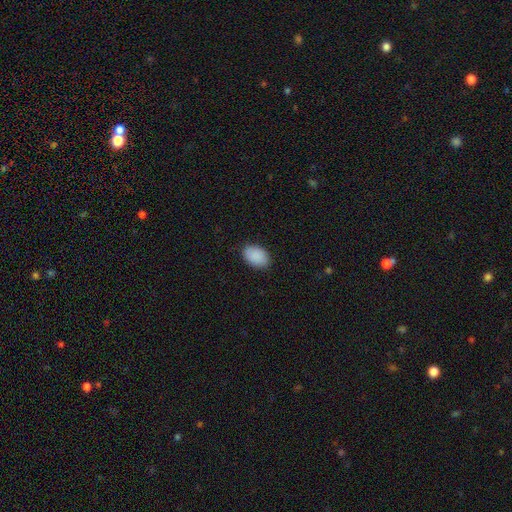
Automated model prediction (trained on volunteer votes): smooth 91%, star or artifact 6%, featured or disk 3%. Down the decision tree: how rounded — in between (88%); merging — none (87%).